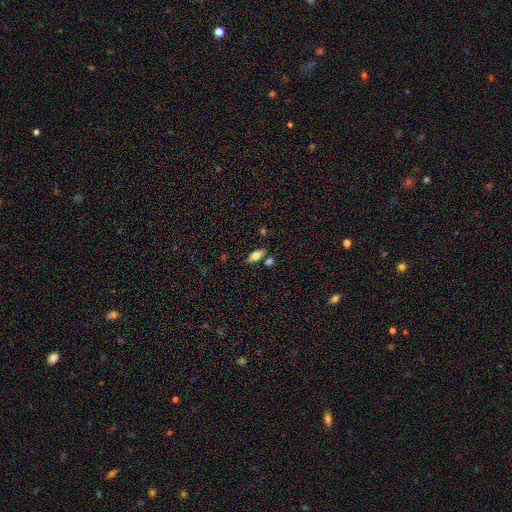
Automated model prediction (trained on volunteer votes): This is likely a smooth galaxy (61%). How rounded: likely in between (74%). Merging: likely none (75%).